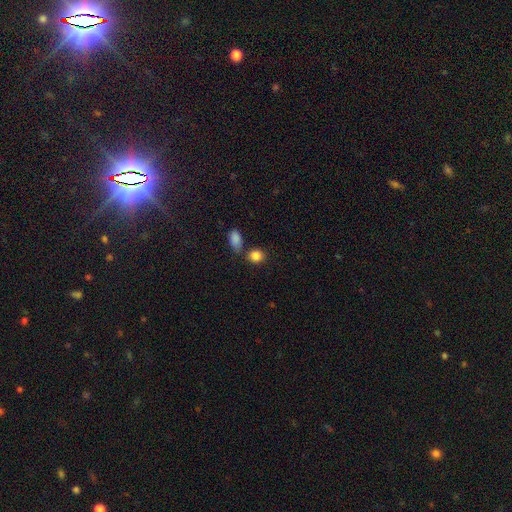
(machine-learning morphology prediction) Smooth or featured? smooth (85%)
How rounded? round (57%)
Merging? none (66%)